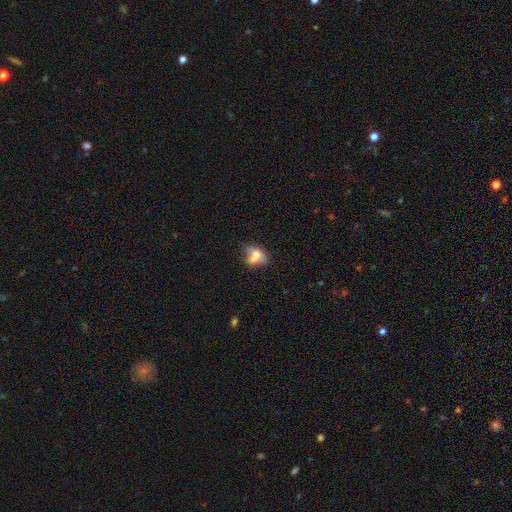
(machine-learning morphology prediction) Smooth or featured?
  - smooth: 62% *
  - featured or disk: 27%
  - star or artifact: 11%
How rounded?
  - in between: 69% *
  - round: 26%
  - cigar-shaped: 5%
Merging?
  - merger: 36% *
  - none: 32%
  - minor disturbance: 18%
  - major disturbance: 14%